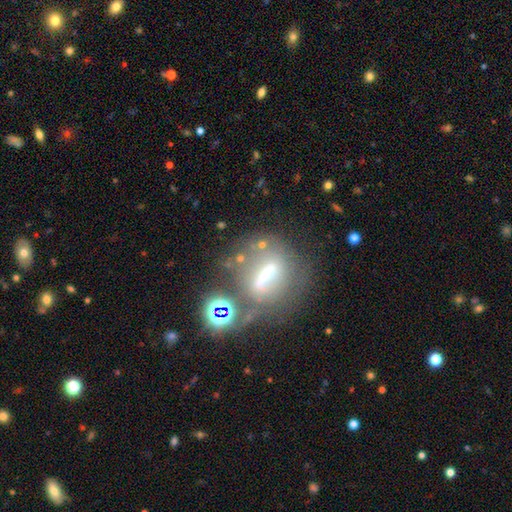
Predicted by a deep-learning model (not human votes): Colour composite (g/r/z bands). It shows a featured or disk galaxy (57%). Merging: none (49%).